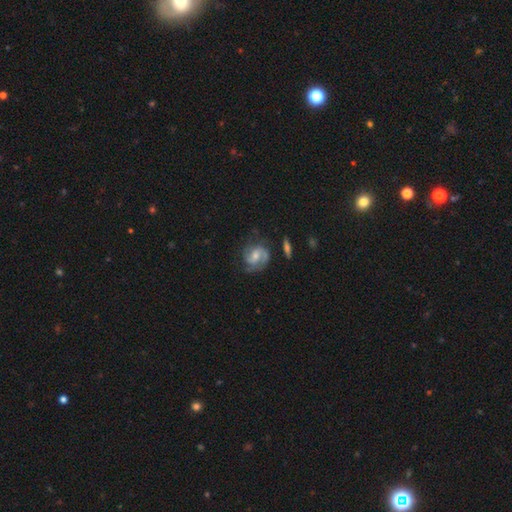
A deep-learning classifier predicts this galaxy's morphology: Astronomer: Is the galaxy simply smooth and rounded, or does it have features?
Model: featured or disk — 80%.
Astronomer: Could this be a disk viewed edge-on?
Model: no — 98%.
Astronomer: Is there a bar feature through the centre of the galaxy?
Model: weak — 50% (runner-up: no, 38%).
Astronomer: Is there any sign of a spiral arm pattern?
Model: yes — 95%.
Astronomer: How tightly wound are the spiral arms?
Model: medium — 50% (runner-up: tight, 31%).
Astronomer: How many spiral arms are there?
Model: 2 — 80%.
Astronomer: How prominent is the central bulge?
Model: moderate — 52% (runner-up: small, 37%).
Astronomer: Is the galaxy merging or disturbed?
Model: none — 67%.